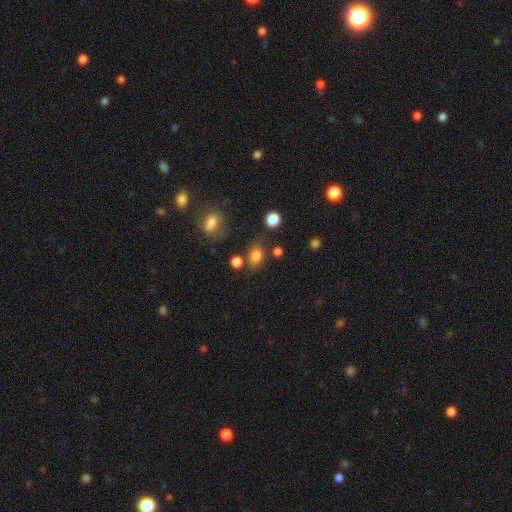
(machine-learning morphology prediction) The model was most divided on "how rounded": in between: 63%, round: 35%, cigar-shaped: 1%. More confident: smooth or featured — smooth (80%); merging — none (72%).